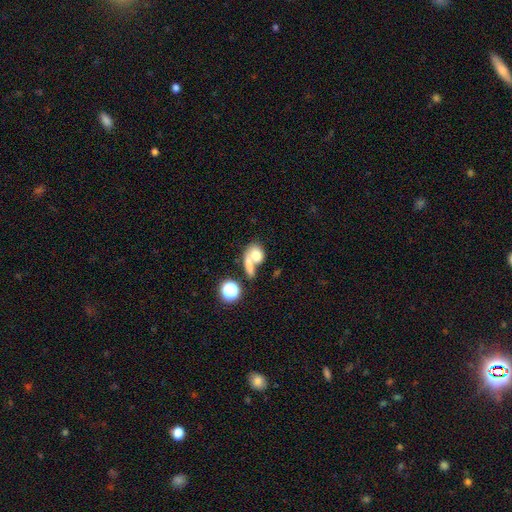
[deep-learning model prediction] A smooth galaxy with no disk features (72%) that is in between round and cigar-shaped (55%). Merging: merger (52%).